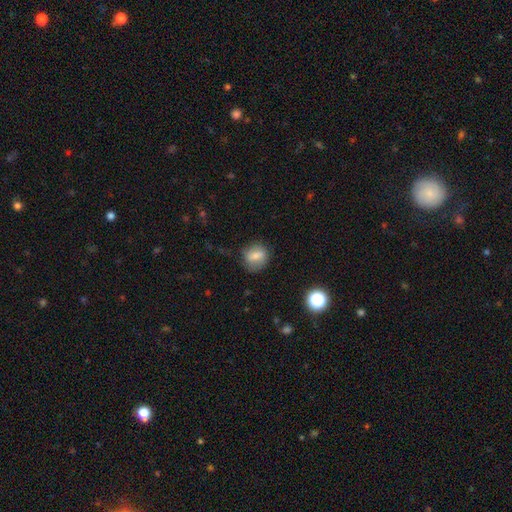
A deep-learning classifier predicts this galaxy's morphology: This is likely a smooth galaxy (70%). How rounded: likely round (64%). Merging: likely none (75%).